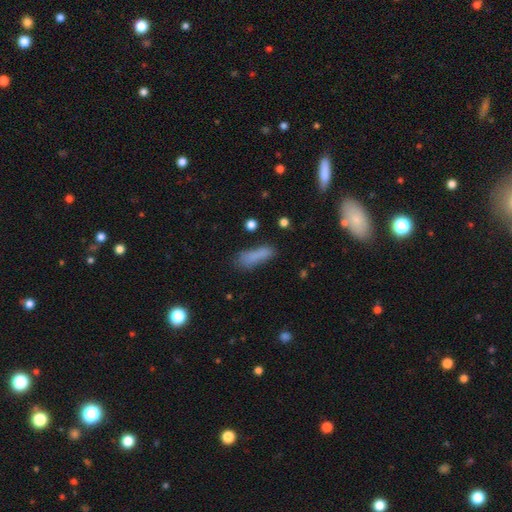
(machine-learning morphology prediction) This appears to be a smooth galaxy with no disk features (80%) that is cigar-shaped (60%). Merging: none (64%).